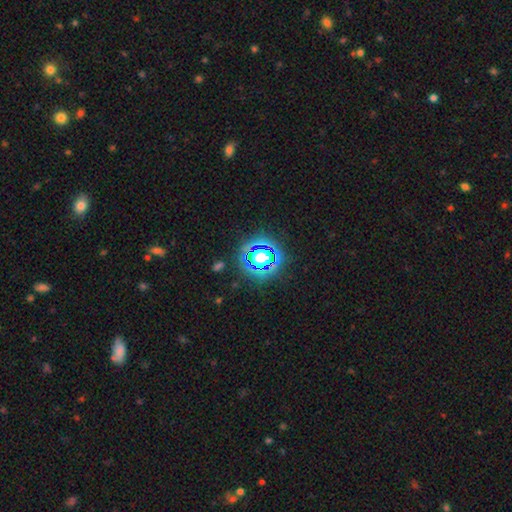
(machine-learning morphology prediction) A star or artifact, not a galaxy (76%).